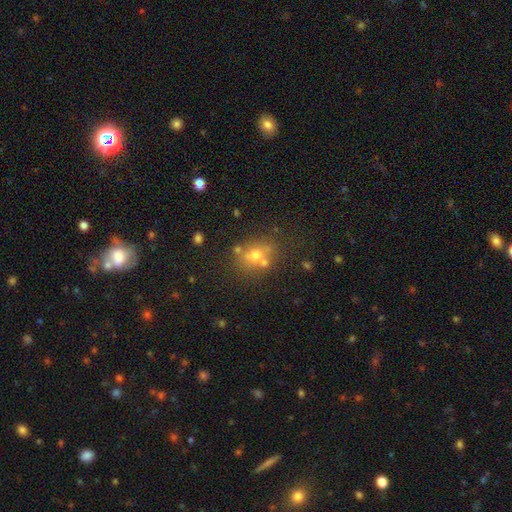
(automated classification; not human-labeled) Overall: smooth (59%; featured or disk 21%). How rounded: round (61%; in between 37%). Merging: none (60%; merger 22%).